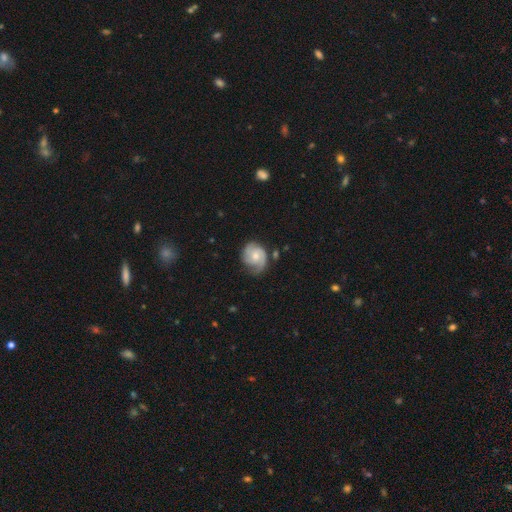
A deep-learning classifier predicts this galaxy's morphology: Smooth or featured? featured or disk (66%)
Edge-on disk? no (98%)
Bar? no (71%)
Spiral arms? yes (92%)
Spiral winding? tight (47%)
Spiral arm count? 2 (51%)
Bulge size? moderate (51%)
Merging? none (59%)